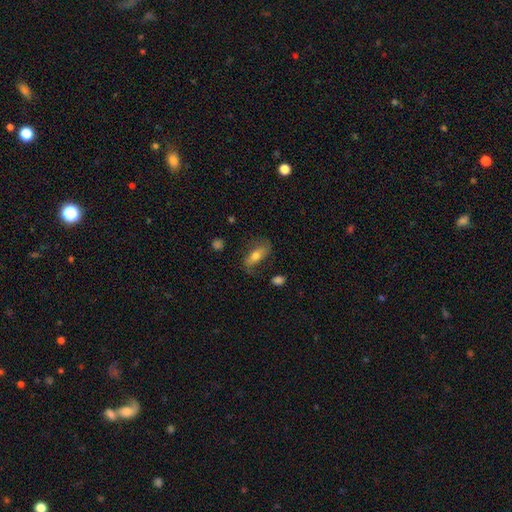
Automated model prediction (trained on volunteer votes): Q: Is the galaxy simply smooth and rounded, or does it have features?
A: smooth — 50%.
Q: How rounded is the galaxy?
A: in between — 77%.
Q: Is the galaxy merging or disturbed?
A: none — 63%.